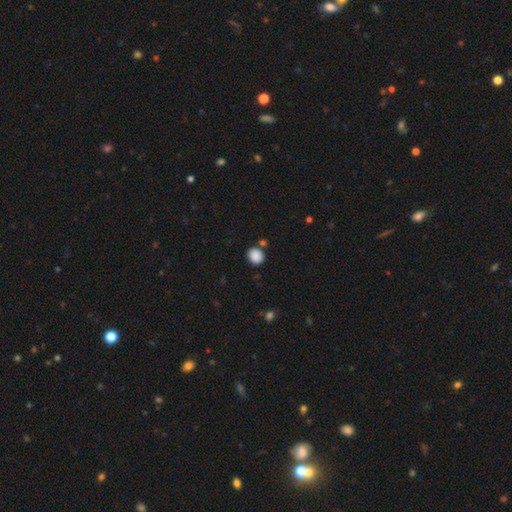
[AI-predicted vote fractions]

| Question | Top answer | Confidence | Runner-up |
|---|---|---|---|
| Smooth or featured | smooth | 88% | star or artifact (9%) |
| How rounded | round | 67% | in between (32%) |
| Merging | none | 78% | minor disturbance (10%) |